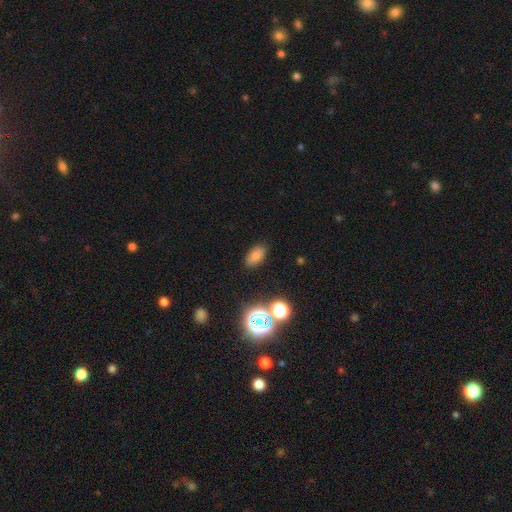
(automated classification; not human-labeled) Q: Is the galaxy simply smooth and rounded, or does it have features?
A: smooth — 70%.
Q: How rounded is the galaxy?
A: in between — 87%.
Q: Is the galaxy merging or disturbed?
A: none — 84%.